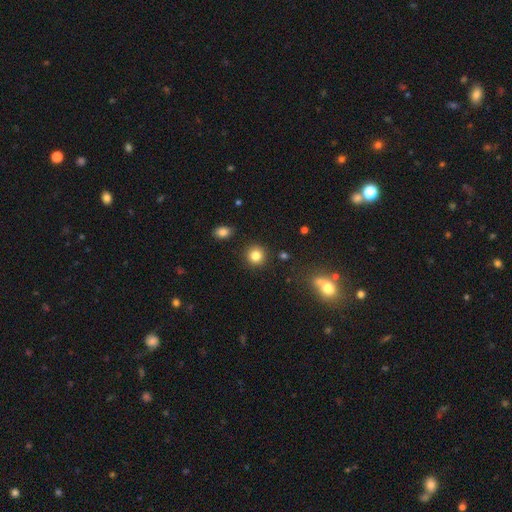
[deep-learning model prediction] A smooth galaxy with no disk features (82%) that is round (92%). Merging: none (90%).